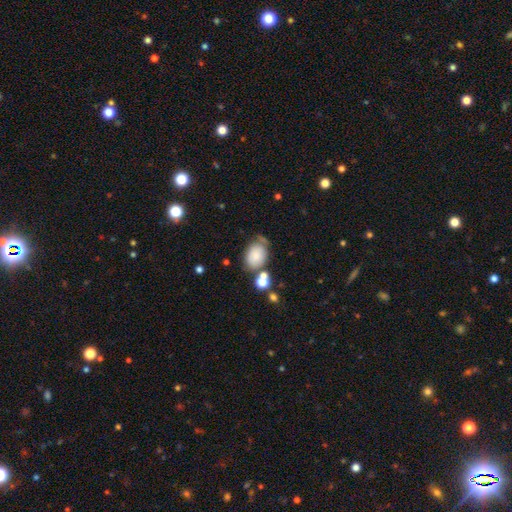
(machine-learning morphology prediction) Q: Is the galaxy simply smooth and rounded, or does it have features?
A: smooth — 78%.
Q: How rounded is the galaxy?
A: in between — 77%.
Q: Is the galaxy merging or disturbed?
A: none — 54%.